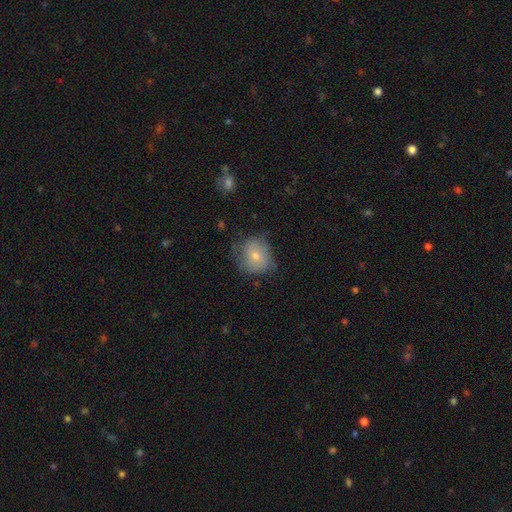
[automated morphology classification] Q: Smooth or featured?
A: smooth (63%); runner-up: featured or disk (29%)
Q: How rounded?
A: round (72%); runner-up: in between (27%)
Q: Merging?
A: none (53%); runner-up: minor disturbance (32%)